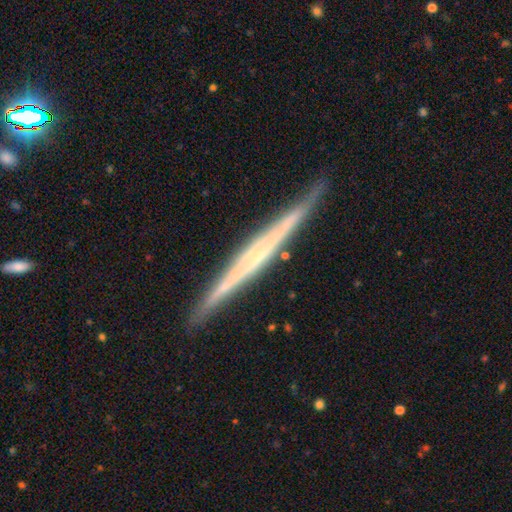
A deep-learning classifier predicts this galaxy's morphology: smooth_or_featured: featured or disk (p=0.77) [alt: smooth p=0.17]
disk_edge_on: yes (p=0.98) [alt: no p=0.02]
edge_on_bulge: none (p=0.56) [alt: rounded p=0.26]
merging: none (p=0.89) [alt: minor disturbance p=0.08]